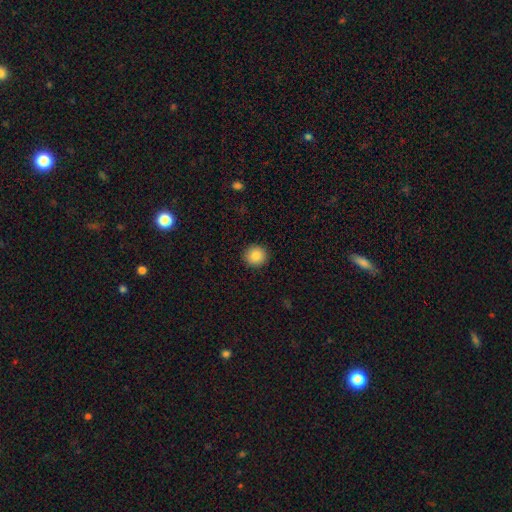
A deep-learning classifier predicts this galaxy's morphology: Smooth or featured? smooth (86%)
How rounded? round (94%)
Merging? none (93%)